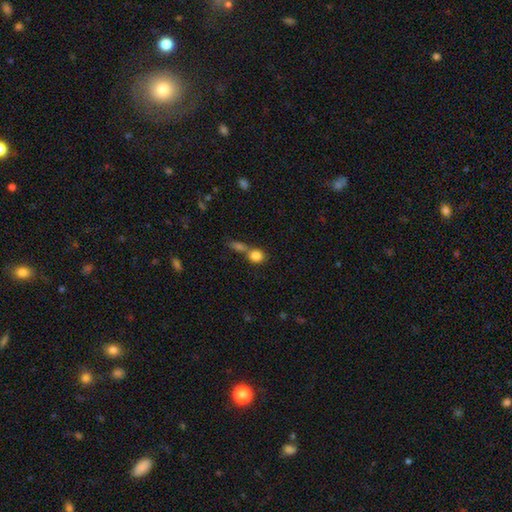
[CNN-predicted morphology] A smooth galaxy with no disk features (83%) that is round (70%). Merging: merger (52%).